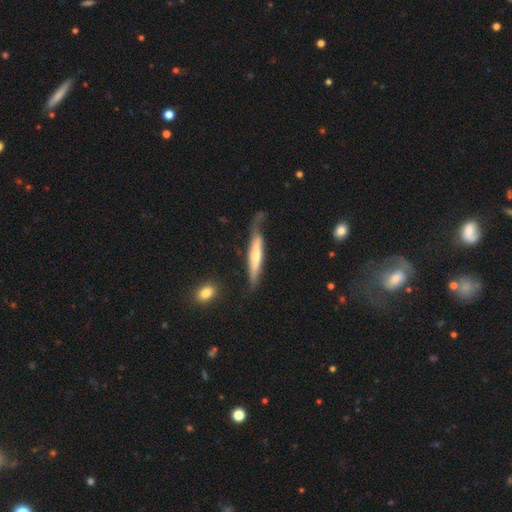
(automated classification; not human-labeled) Overall: featured or disk (49%; smooth 46%). Merging: none (48%; minor disturbance 29%).